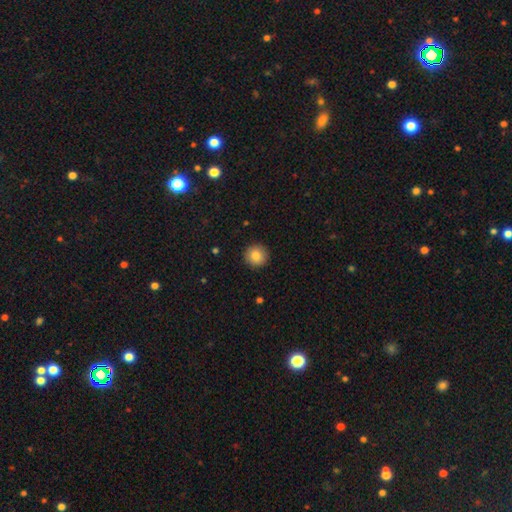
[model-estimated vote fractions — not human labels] The model was most divided on "smooth or featured": smooth: 84%, star or artifact: 9%, featured or disk: 7%. More confident: how rounded — round (95%); merging — none (93%).